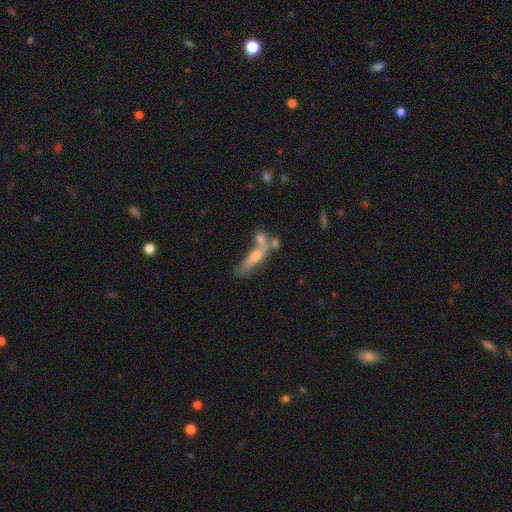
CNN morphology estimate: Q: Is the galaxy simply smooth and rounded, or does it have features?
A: featured or disk — 50%.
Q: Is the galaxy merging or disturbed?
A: none — 39%.